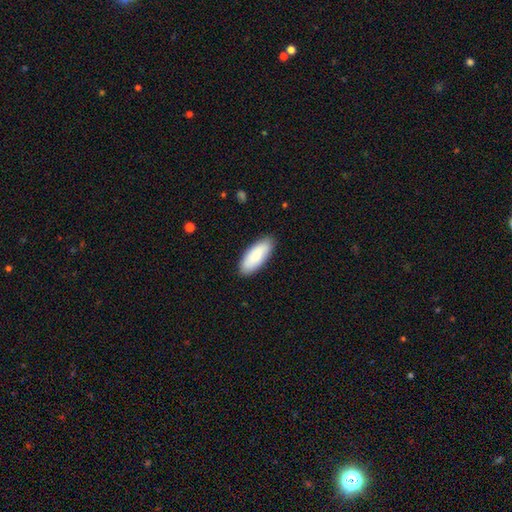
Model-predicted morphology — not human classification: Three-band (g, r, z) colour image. It shows a smooth galaxy with no disk features (84%) that is in between round and cigar-shaped (79%). Merging: none (87%).